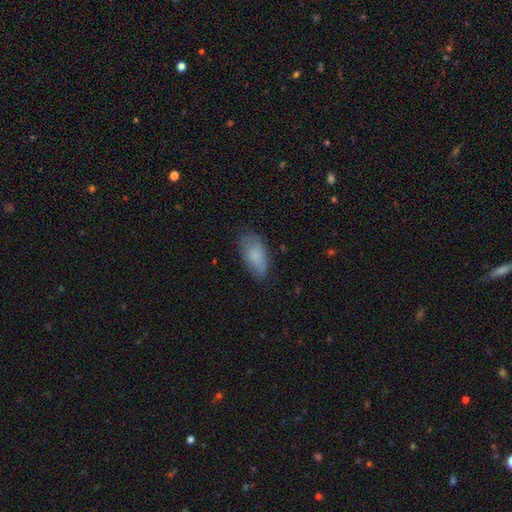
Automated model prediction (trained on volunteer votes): A smooth galaxy with no disk features (82%) that is in between round and cigar-shaped (91%).

Vote fractions:
- Smooth or featured? smooth: 82% / featured or disk: 11% / star or artifact: 7%
- How rounded? in between: 91% / cigar-shaped: 6% / round: 3%
- Merging? none: 69% / minor disturbance: 23% / major disturbance: 6% / merger: 1%